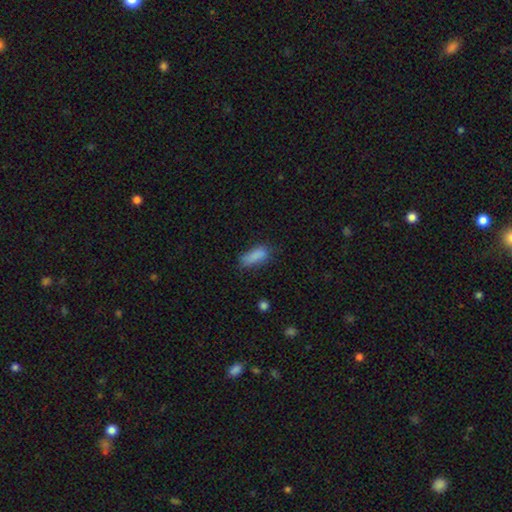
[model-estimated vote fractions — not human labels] Q: Smooth or featured?
A: smooth (84%); runner-up: star or artifact (9%)
Q: How rounded?
A: in between (71%); runner-up: cigar-shaped (26%)
Q: Merging?
A: none (58%); runner-up: minor disturbance (28%)